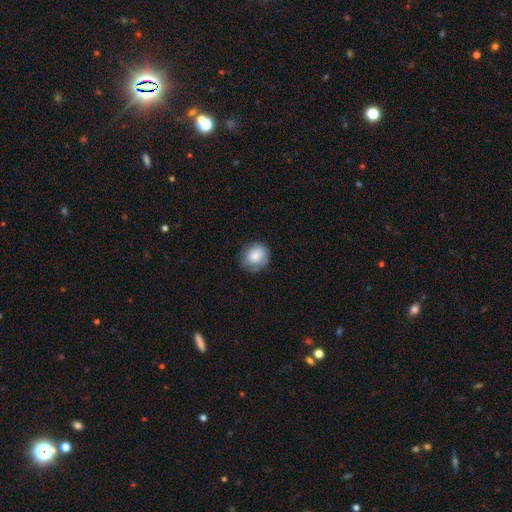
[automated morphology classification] smooth-or-featured: smooth: 79% | featured or disk: 14% | star or artifact: 8%
  how-rounded: round: 76% | in between: 23% | cigar-shaped: 1%
  merging: none: 72% | minor disturbance: 21% | major disturbance: 6% | merger: 1%